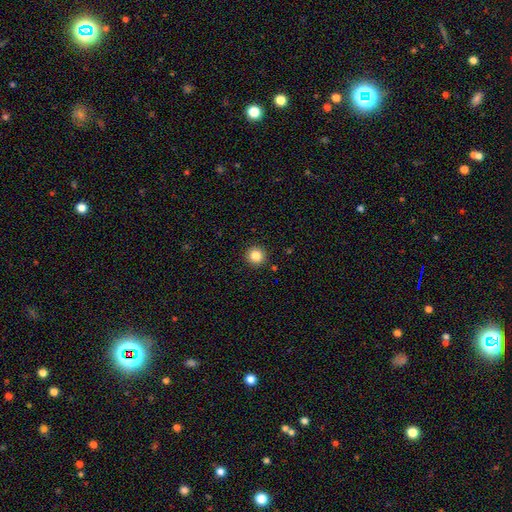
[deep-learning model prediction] smooth_or_featured: smooth (p=0.84) [alt: star or artifact p=0.11]
how_rounded: round (p=0.94) [alt: in between p=0.05]
merging: none (p=0.92) [alt: minor disturbance p=0.05]